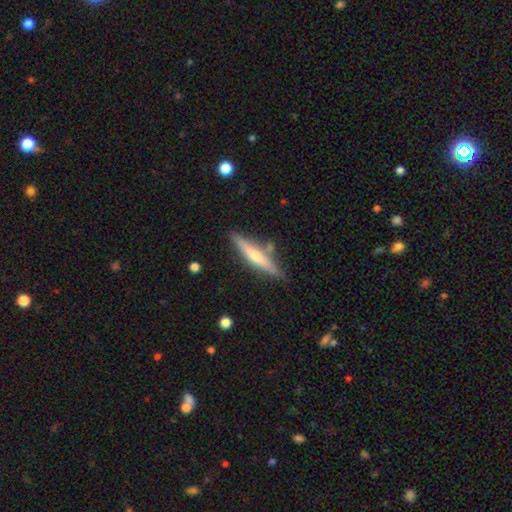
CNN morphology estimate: The model was most divided on "smooth or featured": featured or disk: 49%, smooth: 45%, star or artifact: 6%. More confident: merging — none (80%).